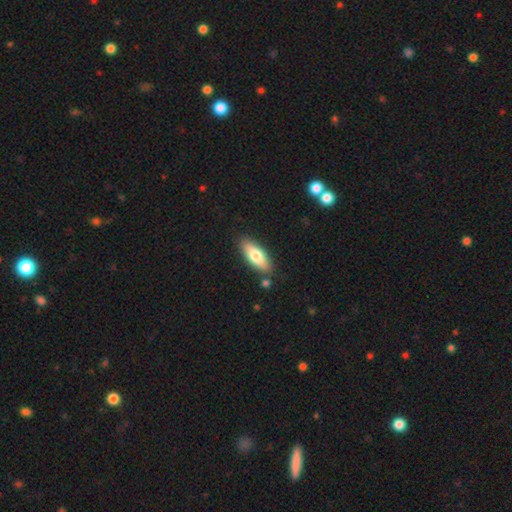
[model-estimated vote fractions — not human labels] This appears to be a smooth galaxy with no disk features (71%) that is in between round and cigar-shaped (68%). Merging: none (84%).